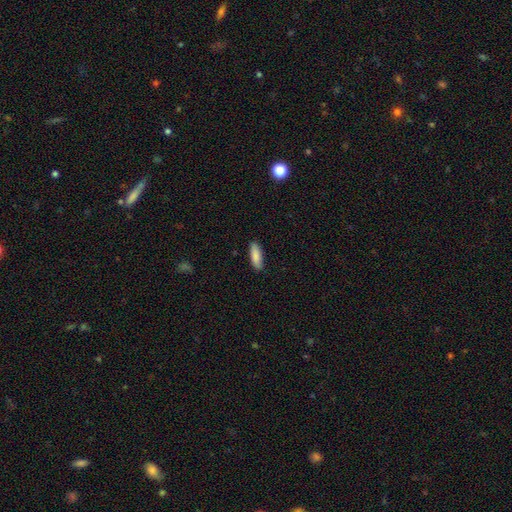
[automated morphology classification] This is clearly a smooth galaxy (87%). How rounded: possibly in between (58%). Merging: clearly none (86%).